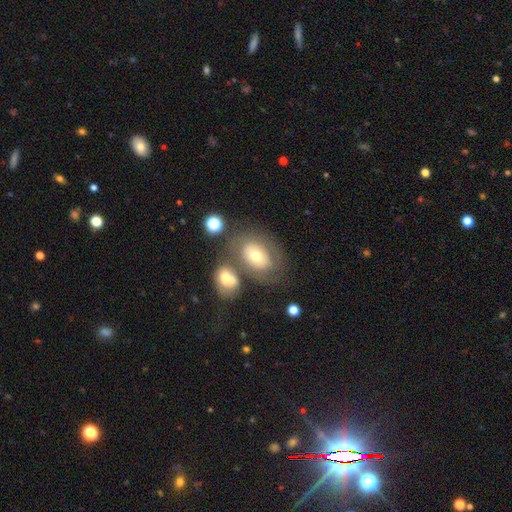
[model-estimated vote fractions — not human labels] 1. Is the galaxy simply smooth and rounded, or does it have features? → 50% smooth, 40% featured or disk, 10% star or artifact.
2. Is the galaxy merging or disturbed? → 48% none, 25% merger, 16% minor disturbance, 11% major disturbance.